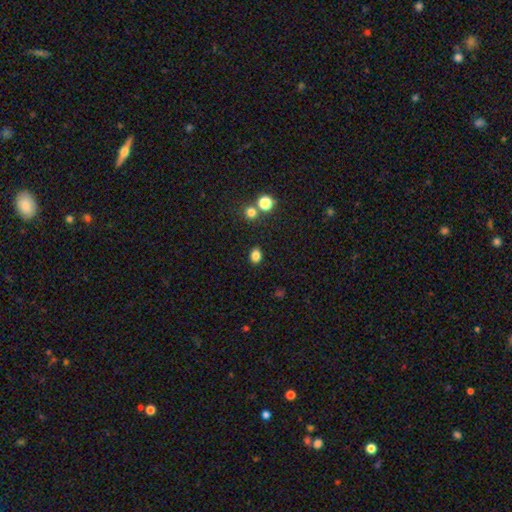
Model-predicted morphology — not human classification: type=smooth (83%); roundness=in between (60%); merging=none (86%).